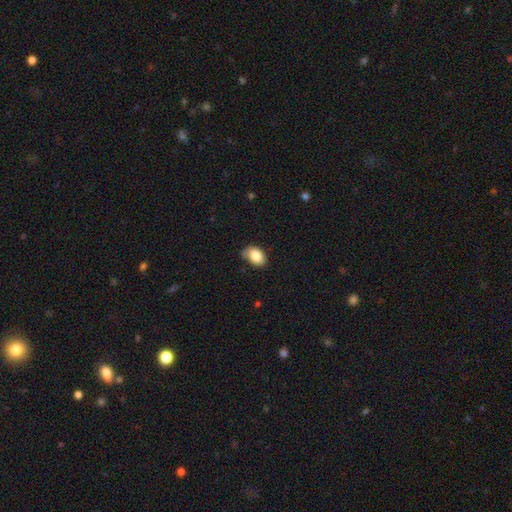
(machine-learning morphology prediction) Smooth or featured: smooth — 84% (featured or disk — 9%)
How rounded: in between — 84% (round — 15%)
Merging: none — 62% (minor disturbance — 30%)